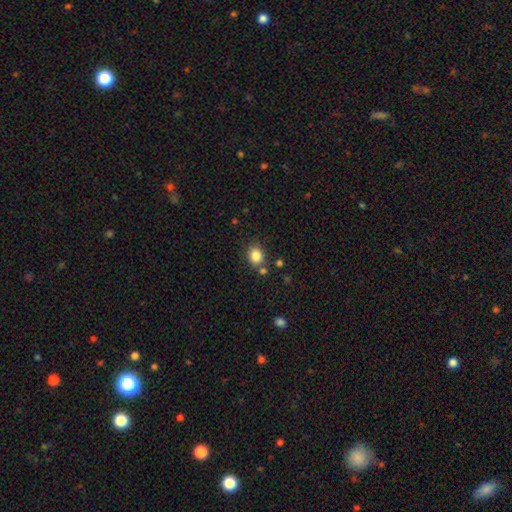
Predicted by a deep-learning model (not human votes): Smooth or featured?
  - smooth: 84% *
  - star or artifact: 11%
  - featured or disk: 6%
How rounded?
  - round: 58% *
  - in between: 41%
  - cigar-shaped: 1%
Merging?
  - none: 75% *
  - minor disturbance: 12%
  - merger: 9%
  - major disturbance: 4%